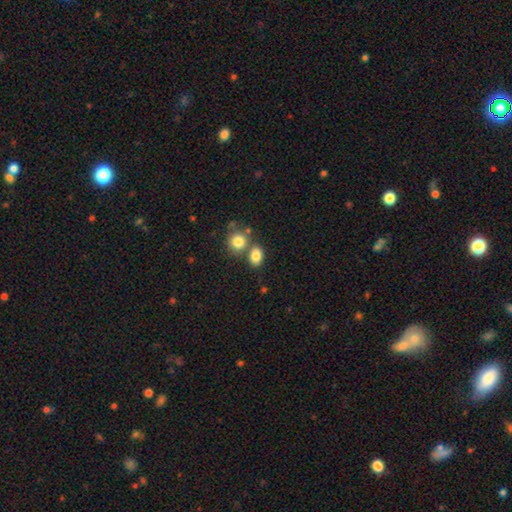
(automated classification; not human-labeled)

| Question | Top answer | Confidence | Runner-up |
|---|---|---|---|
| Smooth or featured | smooth | 82% | star or artifact (10%) |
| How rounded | in between | 64% | round (35%) |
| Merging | none | 54% | merger (32%) |